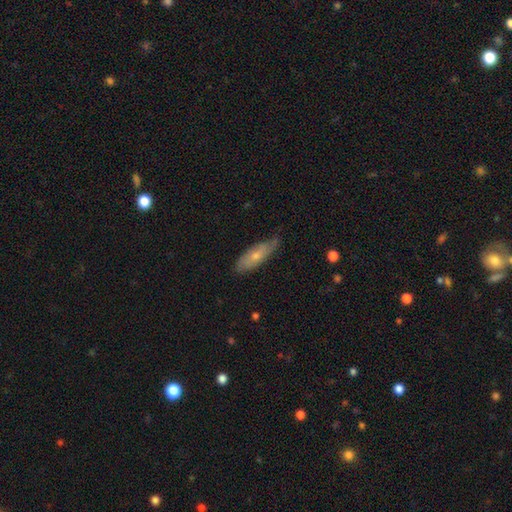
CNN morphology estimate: Smooth or featured? Predicted: smooth (p=0.59). How rounded? Predicted: in between (p=0.53). Merging? Predicted: none (p=0.65).